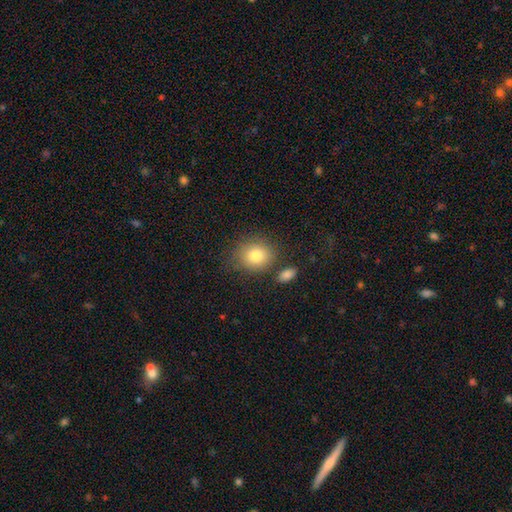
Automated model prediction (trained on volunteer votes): smooth-or-featured: smooth: 82% | star or artifact: 9% | featured or disk: 9%
  how-rounded: round: 73% | in between: 26% | cigar-shaped: 1%
  merging: none: 74% | minor disturbance: 13% | merger: 8% | major disturbance: 4%